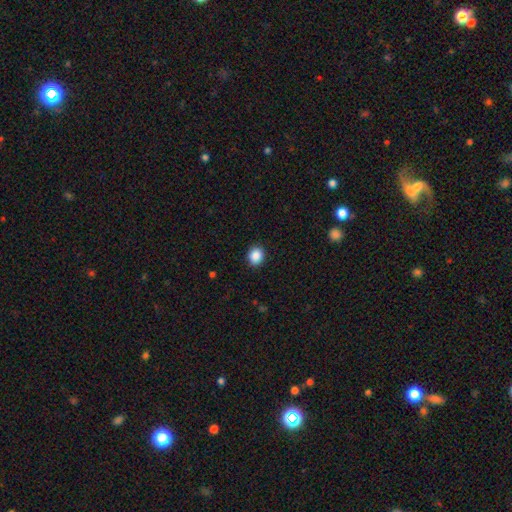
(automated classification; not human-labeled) This appears to be a smooth galaxy with no disk features (88%) that is round (67%). Merging: none (91%).